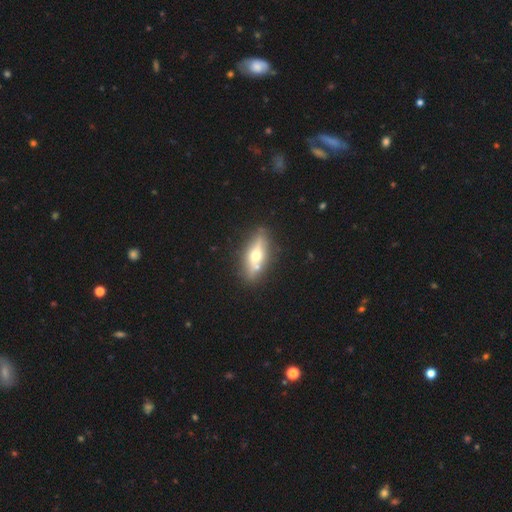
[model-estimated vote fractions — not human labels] Smooth or featured? featured or disk (57%)
Edge-on disk? yes (81%)
Merging? none (79%)